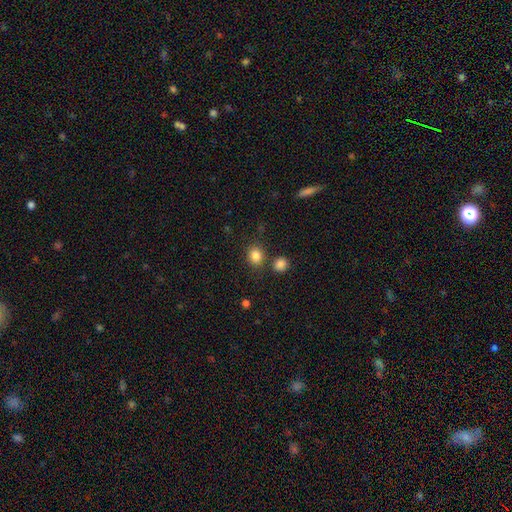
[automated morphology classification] A smooth galaxy with no disk features (84%) that is round (71%). Merging: none (77%).